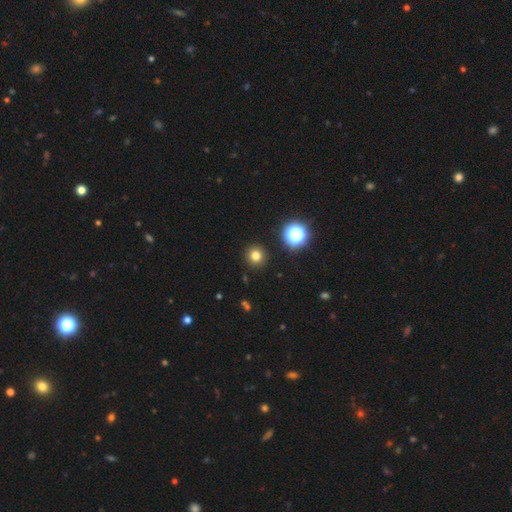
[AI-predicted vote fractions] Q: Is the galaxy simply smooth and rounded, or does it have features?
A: smooth — 77%.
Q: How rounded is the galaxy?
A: round — 94%.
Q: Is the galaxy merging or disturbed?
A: none — 92%.